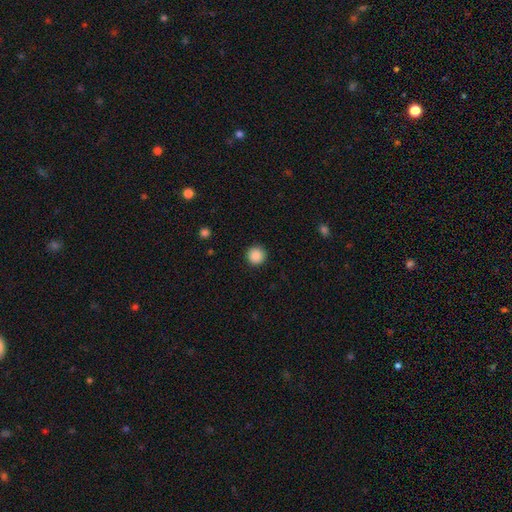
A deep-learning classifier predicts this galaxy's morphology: smooth 88%, star or artifact 9%, featured or disk 3%. Down the decision tree: how rounded — round (96%); merging — none (92%).